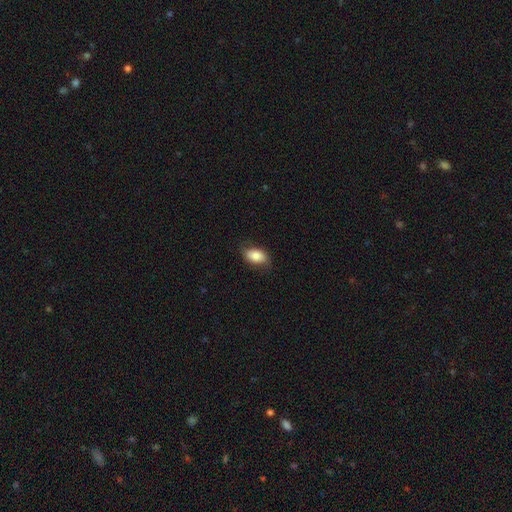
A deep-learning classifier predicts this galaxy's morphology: Smooth or featured? Predicted: smooth (p=0.81). How rounded? Predicted: in between (p=0.89). Merging? Predicted: none (p=0.78).